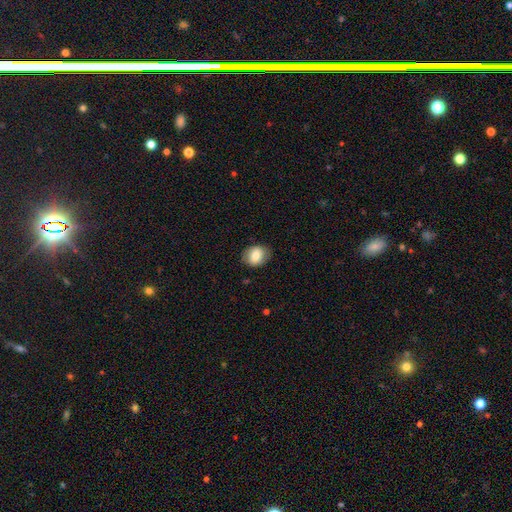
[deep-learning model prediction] Overall: smooth (79%). How rounded: in between (55%; round 44%). Merging: none (83%).